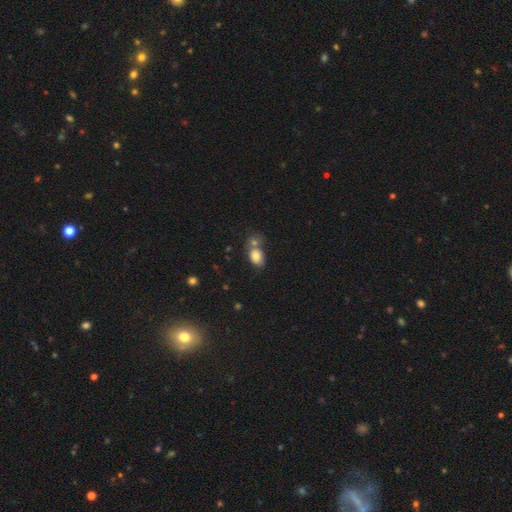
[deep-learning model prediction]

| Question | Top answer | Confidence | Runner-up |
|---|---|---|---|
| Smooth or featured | smooth | 81% | featured or disk (10%) |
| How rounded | in between | 77% | round (22%) |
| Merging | none | 41% | merger (40%) |